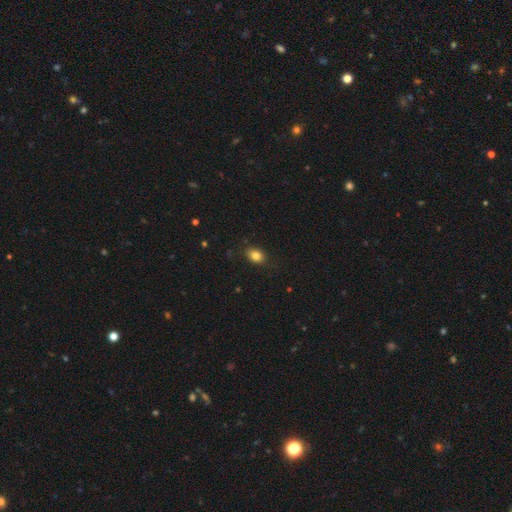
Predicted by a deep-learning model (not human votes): This appears to be a smooth galaxy with no disk features (83%) that is in between round and cigar-shaped (73%). Merging: none (85%).